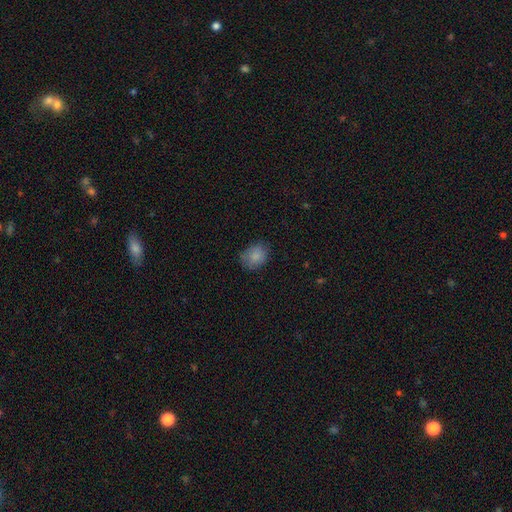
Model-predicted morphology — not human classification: Q: Smooth or featured?
A: smooth (85%); runner-up: star or artifact (8%)
Q: How rounded?
A: in between (52%); runner-up: round (47%)
Q: Merging?
A: none (75%); runner-up: minor disturbance (20%)